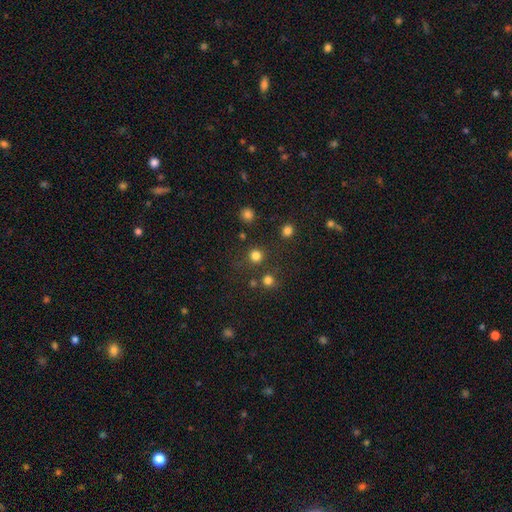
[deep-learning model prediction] Smooth or featured? Predicted: smooth (p=0.78). How rounded? Predicted: round (p=0.93). Merging? Predicted: none (p=0.83).